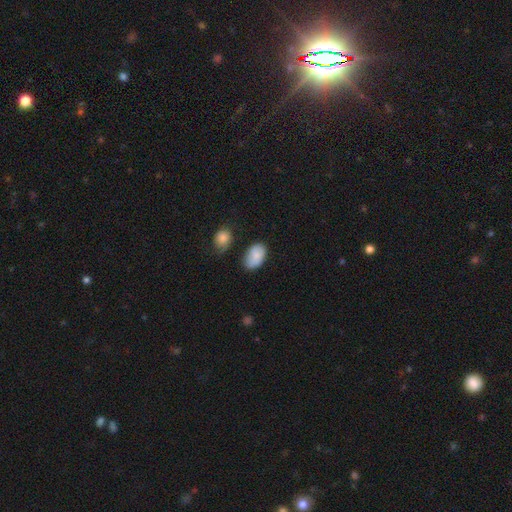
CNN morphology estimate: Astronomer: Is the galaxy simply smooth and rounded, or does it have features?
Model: smooth — 84%.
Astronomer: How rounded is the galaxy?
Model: in between — 91%.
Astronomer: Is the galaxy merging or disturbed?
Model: none — 63%.